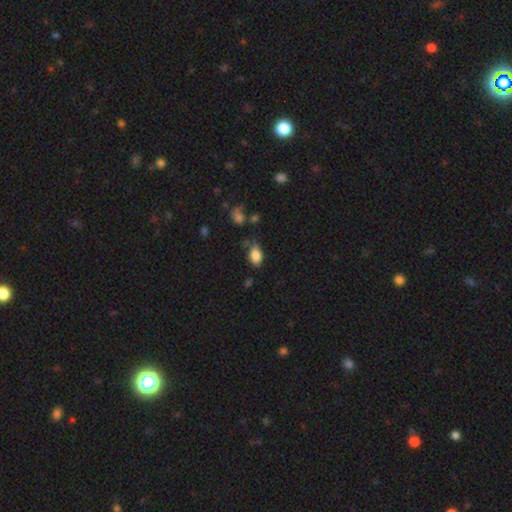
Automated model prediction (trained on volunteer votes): The model was most divided on "merging": none: 60%, minor disturbance: 28%, major disturbance: 7%, merger: 5%. More confident: how rounded — in between (88%); smooth or featured — smooth (85%).